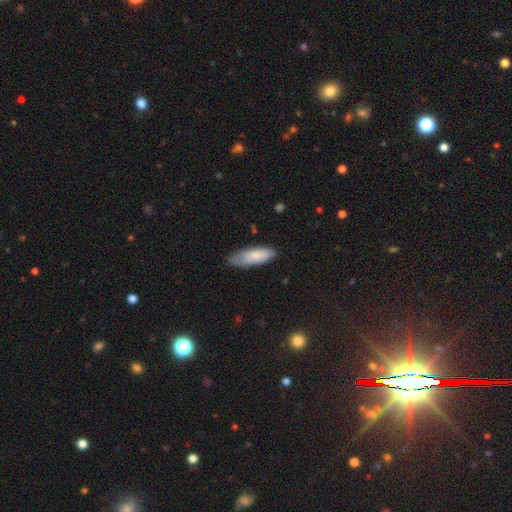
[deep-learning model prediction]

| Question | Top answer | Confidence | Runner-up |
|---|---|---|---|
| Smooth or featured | smooth | 82% | featured or disk (12%) |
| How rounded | in between | 63% | cigar-shaped (35%) |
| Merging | none | 67% | minor disturbance (27%) |